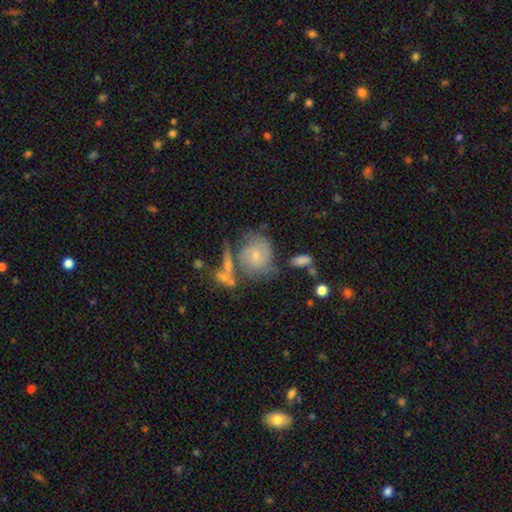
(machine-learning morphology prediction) A featured or disk galaxy (47%).

Vote fractions:
- Smooth or featured? featured or disk: 47% / smooth: 45% / star or artifact: 9%
- Merging? none: 43% / minor disturbance: 22% / merger: 20% / major disturbance: 15%